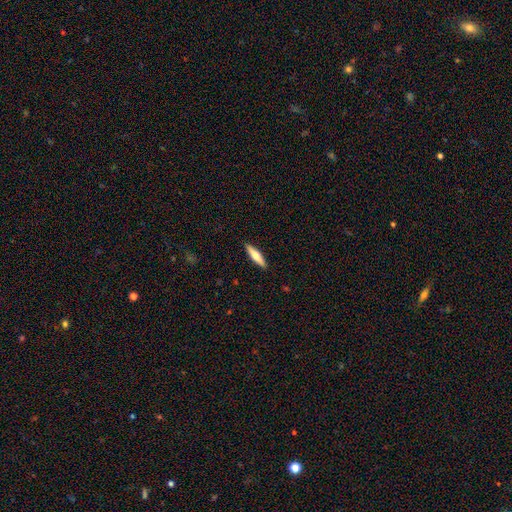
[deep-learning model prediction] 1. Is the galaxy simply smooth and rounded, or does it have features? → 58% smooth, 36% featured or disk, 6% star or artifact.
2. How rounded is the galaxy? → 77% cigar-shaped, 21% in between, 2% round.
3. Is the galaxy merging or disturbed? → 91% none, 7% minor disturbance, 2% major disturbance, 1% merger.